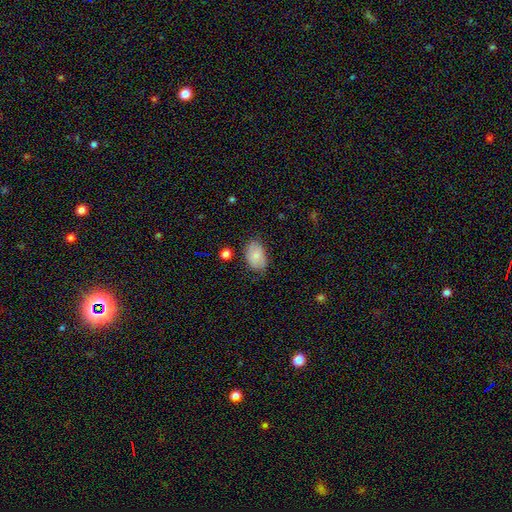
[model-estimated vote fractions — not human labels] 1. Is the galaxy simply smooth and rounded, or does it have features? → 75% smooth, 17% featured or disk, 8% star or artifact.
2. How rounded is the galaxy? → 87% in between, 12% round, 1% cigar-shaped.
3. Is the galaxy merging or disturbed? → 70% none, 23% minor disturbance, 5% major disturbance, 2% merger.